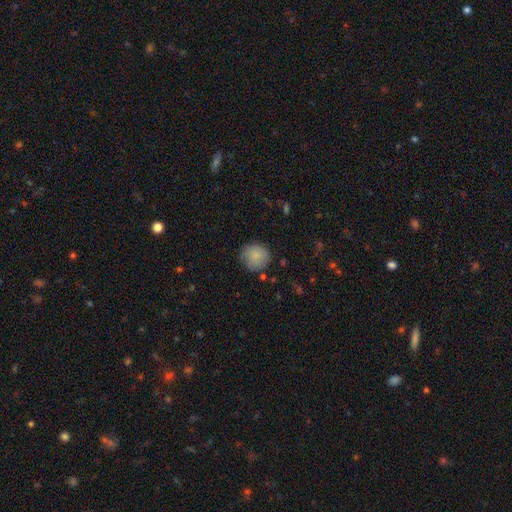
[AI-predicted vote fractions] Smooth or featured: smooth — 82% (featured or disk — 10%)
How rounded: round — 88% (in between — 11%)
Merging: none — 72% (minor disturbance — 21%)